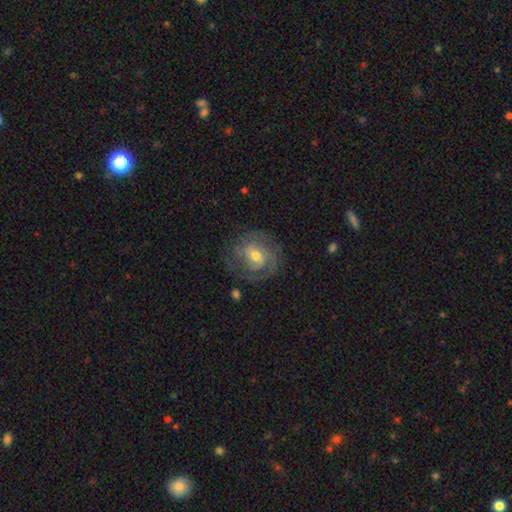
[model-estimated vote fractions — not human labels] Smooth or featured? Predicted: featured or disk (p=0.78). Edge-on disk? Predicted: no (p=0.97). Bar? Predicted: weak (p=0.49). Spiral arms? Predicted: yes (p=0.88). Spiral winding? Predicted: tight (p=0.55). Spiral arm count? Predicted: 2 (p=0.39). Bulge size? Predicted: moderate (p=0.62). Merging? Predicted: none (p=0.69).